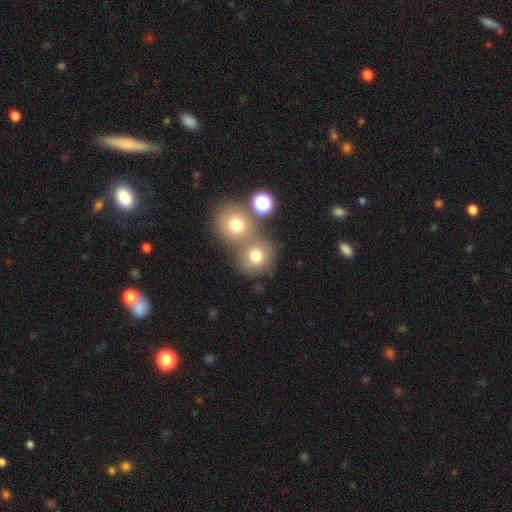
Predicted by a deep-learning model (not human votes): Smooth or featured? smooth (75%)
How rounded? round (86%)
Merging? none (47%)